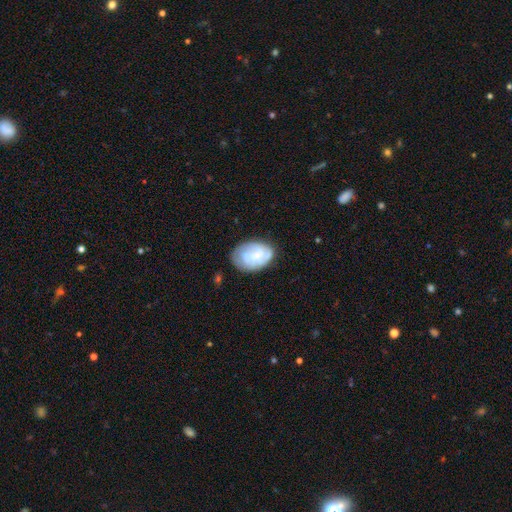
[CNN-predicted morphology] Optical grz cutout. It shows a featured or disk galaxy (58%) with no bar (71%), spiral arms (77%) and a small central bulge (56%). Merging: none (67%).